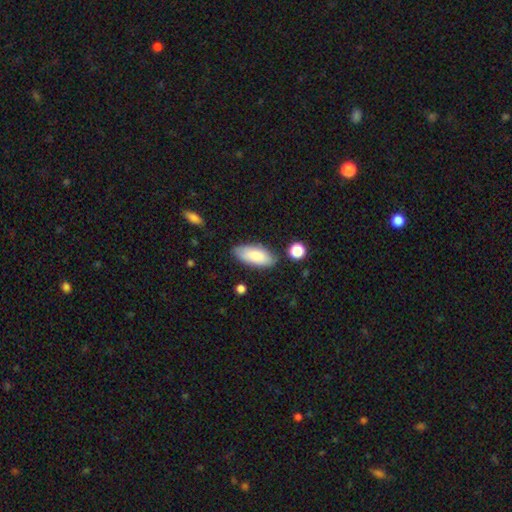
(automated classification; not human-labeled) Smooth or featured: smooth — 82% (featured or disk — 12%)
How rounded: in between — 85% (cigar-shaped — 13%)
Merging: none — 79% (minor disturbance — 15%)